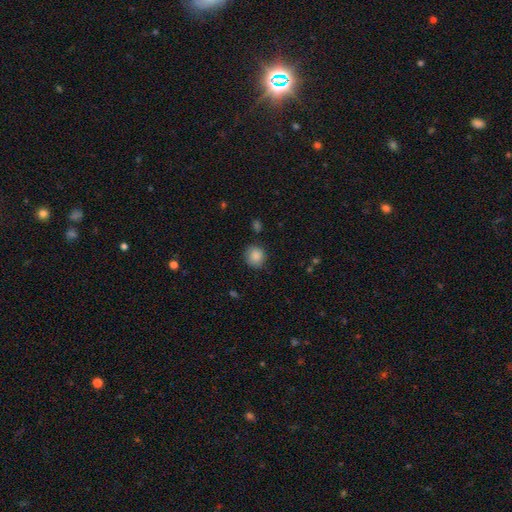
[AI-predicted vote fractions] A smooth galaxy with no disk features (87%) that is round (83%). Merging: none (81%).